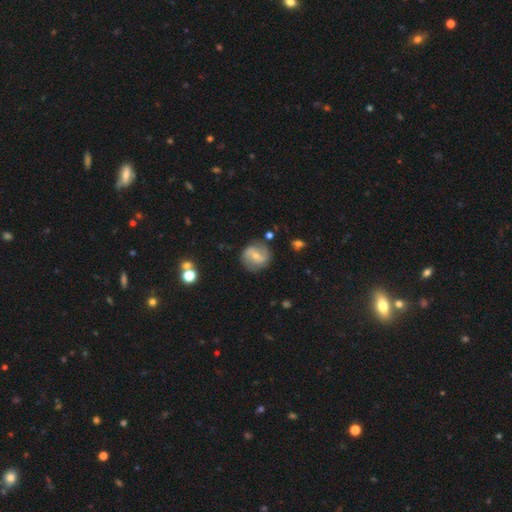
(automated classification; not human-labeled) Smooth or featured?
  - featured or disk: 67% *
  - smooth: 26%
  - star or artifact: 7%
Edge-on disk?
  - no: 97% *
  - yes: 3%
Bar?
  - weak: 49% *
  - no: 26%
  - strong: 25%
Spiral arms?
  - yes: 85% *
  - no: 15%
Spiral winding?
  - medium: 44% *
  - loose: 31%
  - tight: 25%
Spiral arm count?
  - 2: 83% *
  - can't tell: 10%
  - 3: 2%
  - 1: 2%
  - 4: 1%
  - more than 4: 1%
Bulge size?
  - small: 52% *
  - moderate: 43%
  - none: 2%
  - large: 2%
  - dominant: 1%
Merging?
  - none: 79% *
  - minor disturbance: 14%
  - major disturbance: 5%
  - merger: 3%